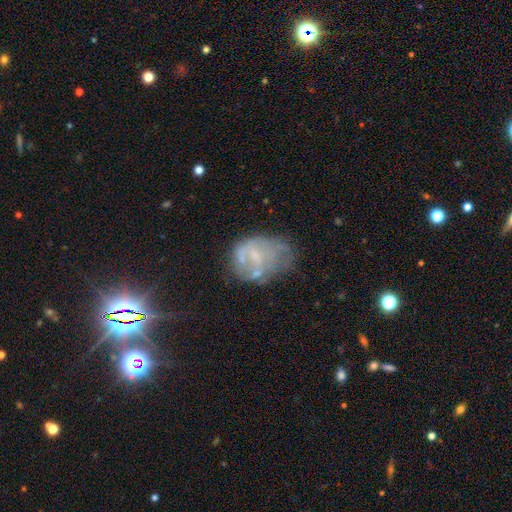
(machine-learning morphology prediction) type=featured or disk (54%); edge-on=no (98%); bar=no (70%); spiral arms=no (72%); bulge=none (41%); merging=none (36%).